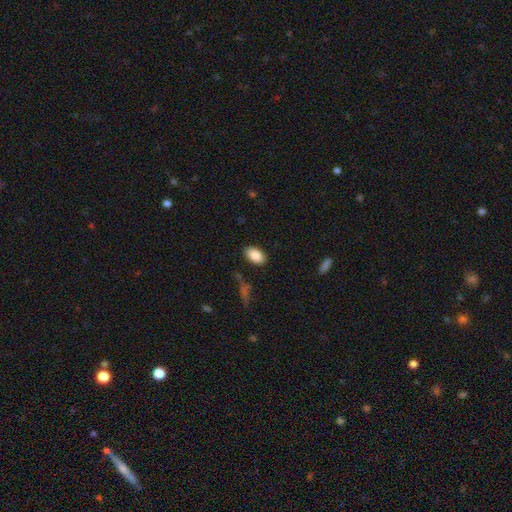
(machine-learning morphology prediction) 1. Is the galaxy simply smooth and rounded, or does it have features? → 88% smooth, 7% star or artifact, 5% featured or disk.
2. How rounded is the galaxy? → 92% in between, 7% round, 1% cigar-shaped.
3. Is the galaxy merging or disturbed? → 86% none, 10% minor disturbance, 3% major disturbance, 2% merger.